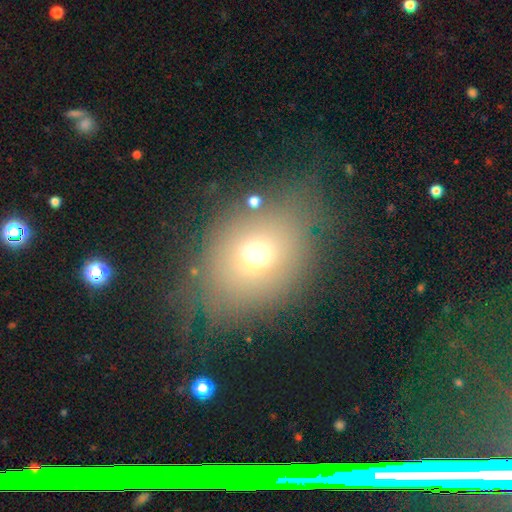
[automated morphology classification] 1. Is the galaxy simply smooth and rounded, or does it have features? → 62% smooth, 20% featured or disk, 18% star or artifact.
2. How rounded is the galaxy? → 53% in between, 46% round, 2% cigar-shaped.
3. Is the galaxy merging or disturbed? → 60% none, 21% minor disturbance, 16% major disturbance, 3% merger.